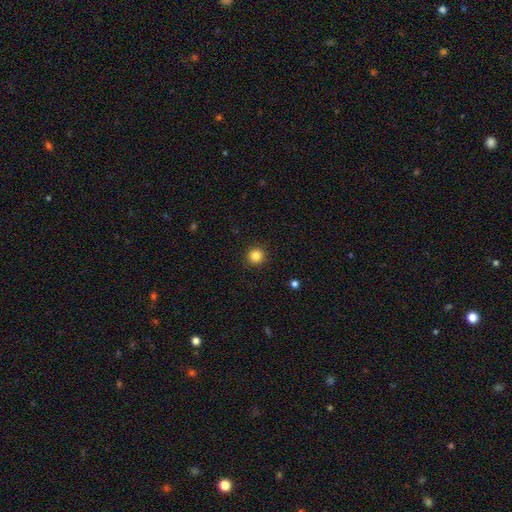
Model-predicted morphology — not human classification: This is clearly a smooth galaxy (84%). How rounded: clearly round (95%). Merging: clearly none (92%).